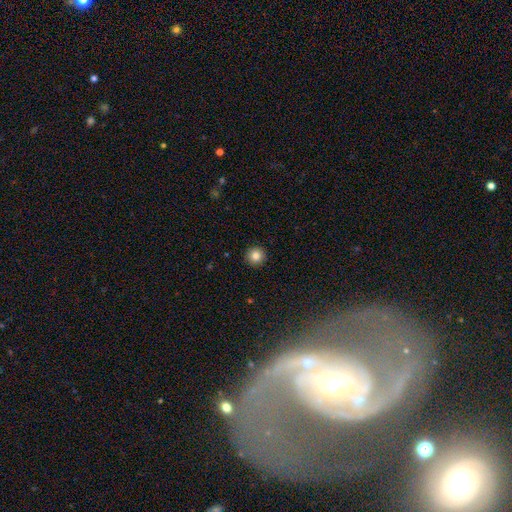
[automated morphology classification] smooth-or-featured: smooth: 83% | star or artifact: 10% | featured or disk: 7%
  how-rounded: round: 96% | in between: 3% | cigar-shaped: 1%
  merging: none: 93% | minor disturbance: 5% | major disturbance: 2% | merger: 1%